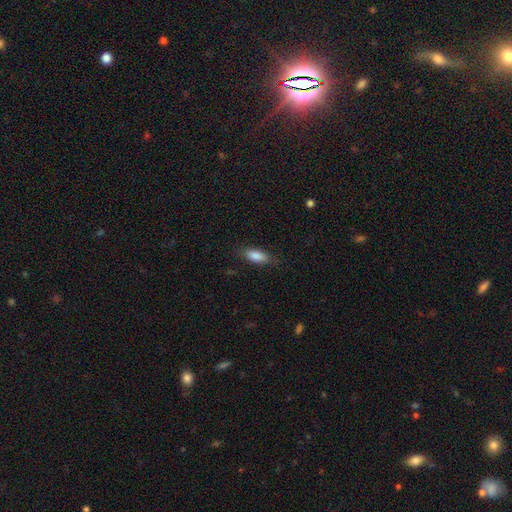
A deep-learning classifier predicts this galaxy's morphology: This appears to be a smooth galaxy with no disk features (86%) that is in between round and cigar-shaped (78%). Merging: none (79%).